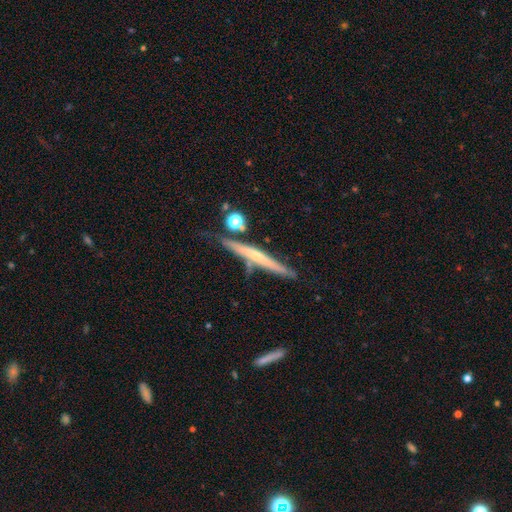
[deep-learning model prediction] This appears to be a featured or disk galaxy (60%) viewed edge-on (95%) with no central bulge (53%). Merging: none (73%).